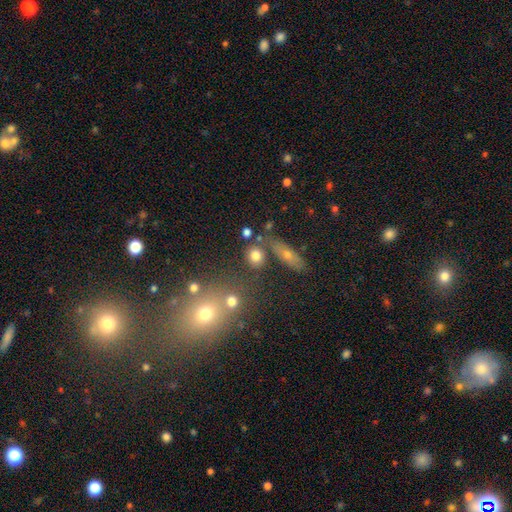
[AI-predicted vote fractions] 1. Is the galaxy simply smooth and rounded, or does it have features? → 78% smooth, 12% star or artifact, 10% featured or disk.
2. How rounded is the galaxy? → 74% round, 22% in between, 4% cigar-shaped.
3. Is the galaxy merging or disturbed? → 70% none, 14% merger, 11% minor disturbance, 5% major disturbance.